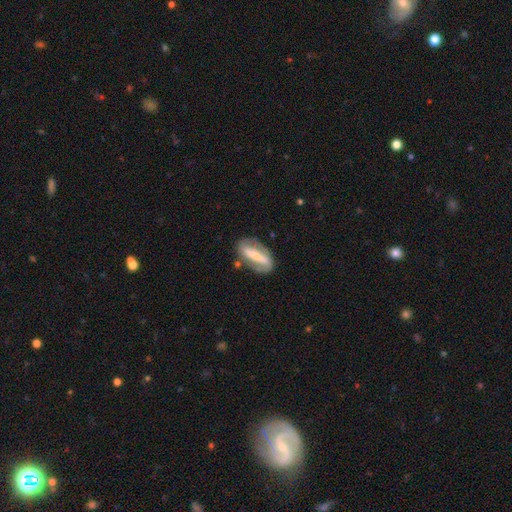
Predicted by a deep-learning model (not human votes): smooth_or_featured: featured or disk (p=0.66) [alt: smooth p=0.28]
disk_edge_on: no (p=0.88) [alt: yes p=0.12]
bar: strong (p=0.73) [alt: weak p=0.16]
has_spiral_arms: yes (p=0.65) [alt: no p=0.35]
bulge_size: small (p=0.40) [alt: moderate p=0.33]
merging: none (p=0.70) [alt: minor disturbance p=0.18]